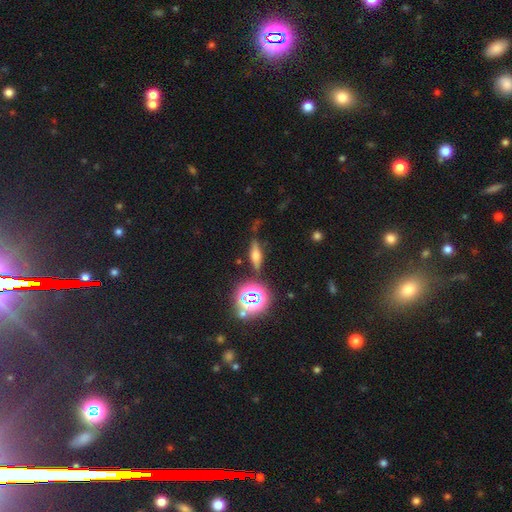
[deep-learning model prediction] This is marginally a featured or disk galaxy (42%). Merging: likely none (78%).